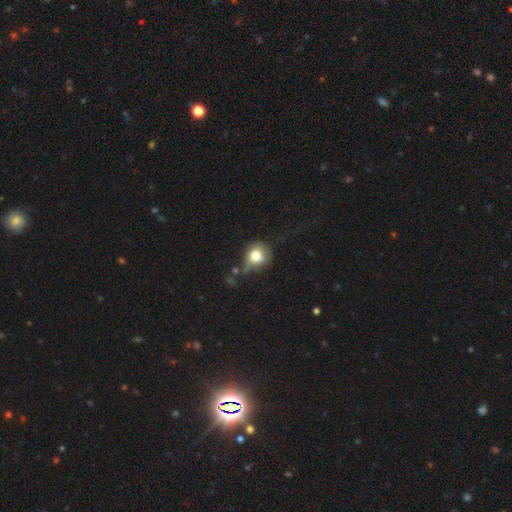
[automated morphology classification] smooth 76%, featured or disk 14%, star or artifact 10%. Down the decision tree: how rounded — round (80%); merging — none (50%).